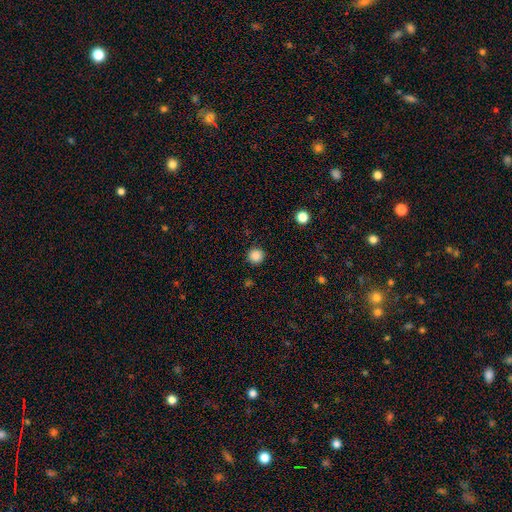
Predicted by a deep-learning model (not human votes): This appears to be a smooth galaxy with no disk features (86%) that is round (95%). Merging: none (92%).